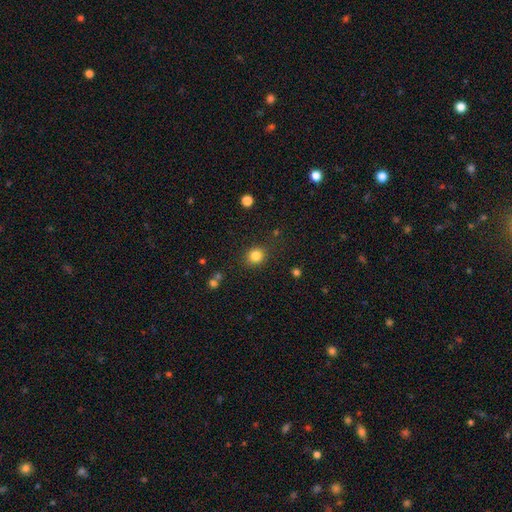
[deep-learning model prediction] Smooth or featured? Predicted: smooth (p=0.83). How rounded? Predicted: round (p=0.81). Merging? Predicted: none (p=0.85).